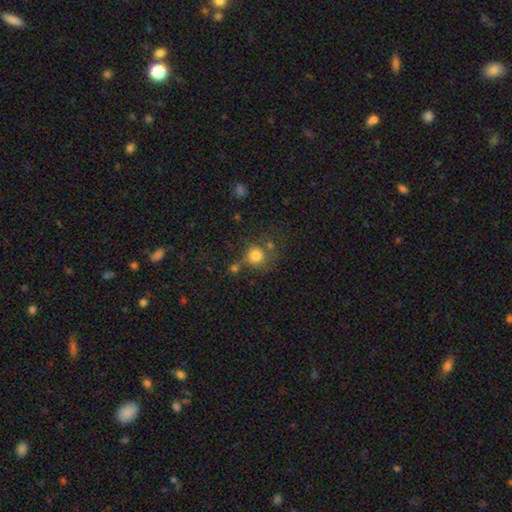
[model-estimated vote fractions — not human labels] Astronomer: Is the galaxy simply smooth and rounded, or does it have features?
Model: smooth — 79%.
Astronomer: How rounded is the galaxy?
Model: round — 90%.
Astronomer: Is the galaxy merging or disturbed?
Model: none — 62%.